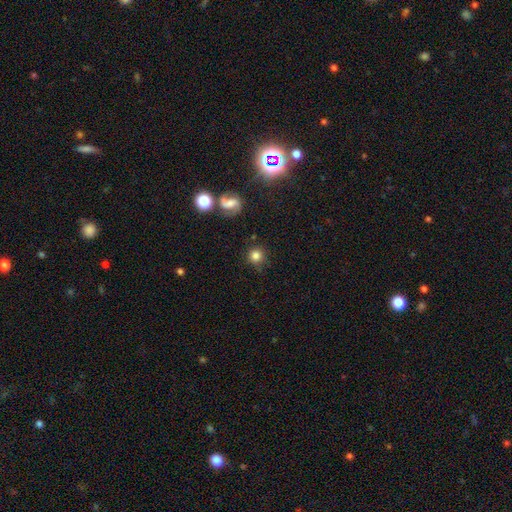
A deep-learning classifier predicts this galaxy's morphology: Smooth or featured? smooth (77%)
How rounded? round (92%)
Merging? none (80%)